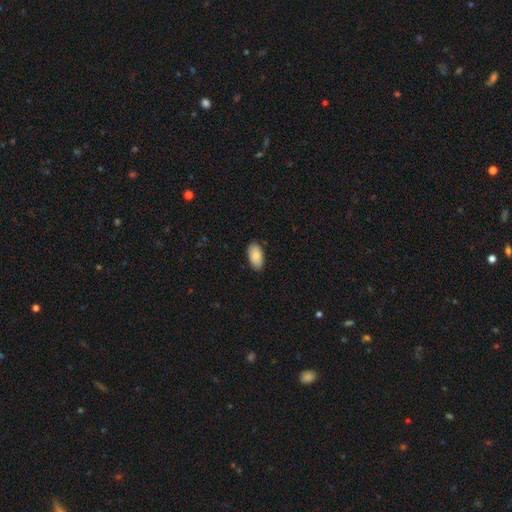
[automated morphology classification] smooth 85%, featured or disk 9%, star or artifact 6%. Down the decision tree: how rounded — in between (95%); merging — none (87%).